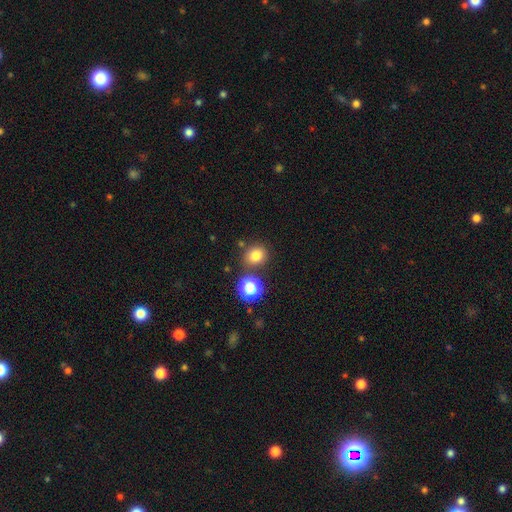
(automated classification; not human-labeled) Smooth or featured? smooth (77%)
How rounded? round (73%)
Merging? none (78%)